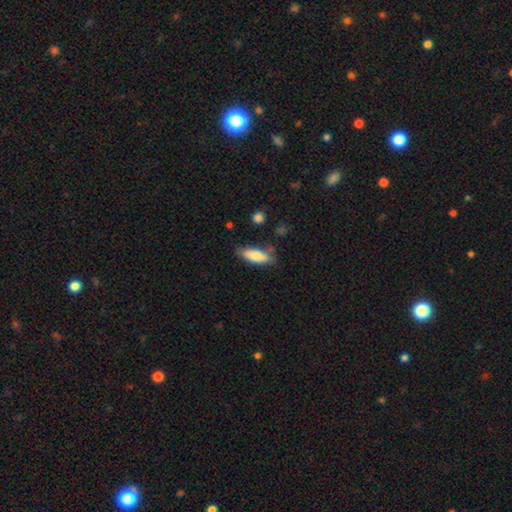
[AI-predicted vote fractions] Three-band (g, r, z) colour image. It shows a smooth galaxy with no disk features (80%) that is in between round and cigar-shaped (71%). Merging: none (73%).